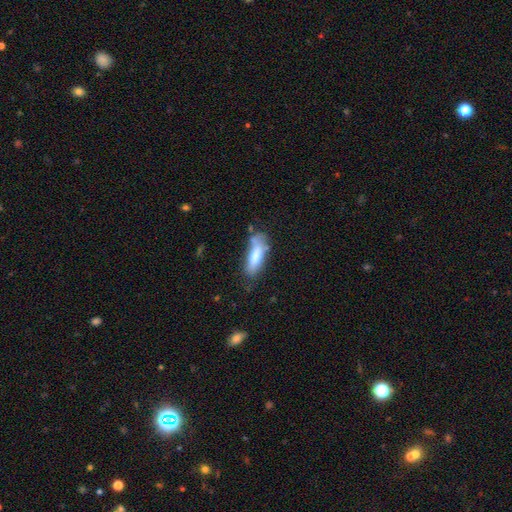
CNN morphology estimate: Q: Smooth or featured?
A: smooth (74%); runner-up: featured or disk (19%)
Q: How rounded?
A: in between (54%); runner-up: cigar-shaped (45%)
Q: Merging?
A: none (50%); runner-up: minor disturbance (28%)